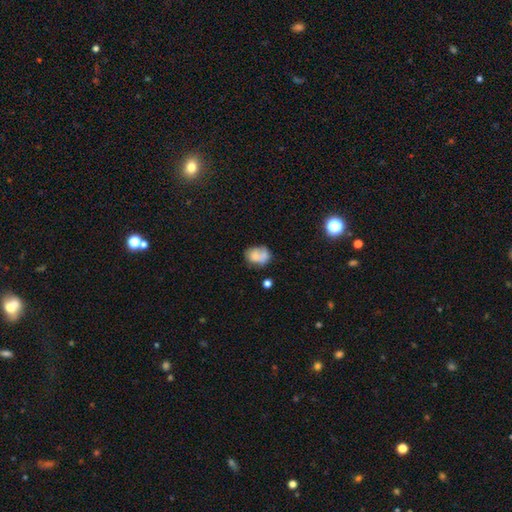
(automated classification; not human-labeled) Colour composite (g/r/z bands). It shows a smooth galaxy with no disk features (64%) that is in between round and cigar-shaped (64%). Merging: none (37%).